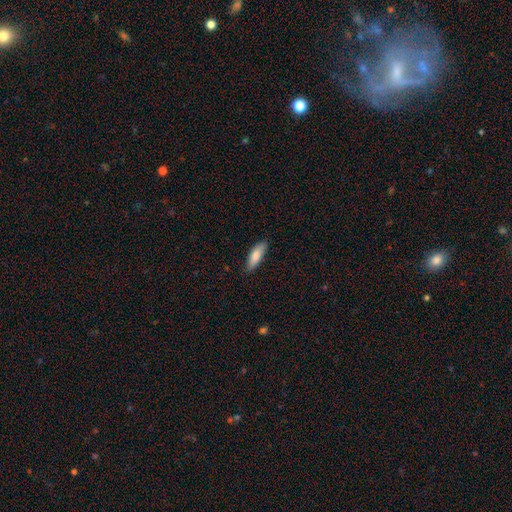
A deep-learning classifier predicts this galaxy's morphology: Smooth or featured?
  - smooth: 83% *
  - featured or disk: 12%
  - star or artifact: 6%
How rounded?
  - in between: 58% *
  - cigar-shaped: 40%
  - round: 2%
Merging?
  - none: 84% *
  - minor disturbance: 13%
  - major disturbance: 2%
  - merger: 1%